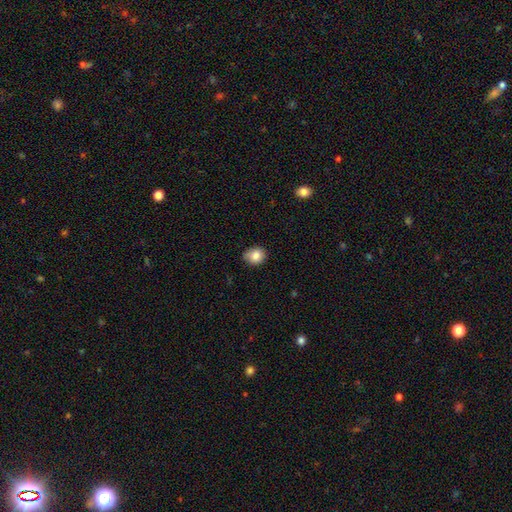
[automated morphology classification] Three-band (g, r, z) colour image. It shows a smooth galaxy with no disk features (84%) that is round (62%). Merging: none (72%).